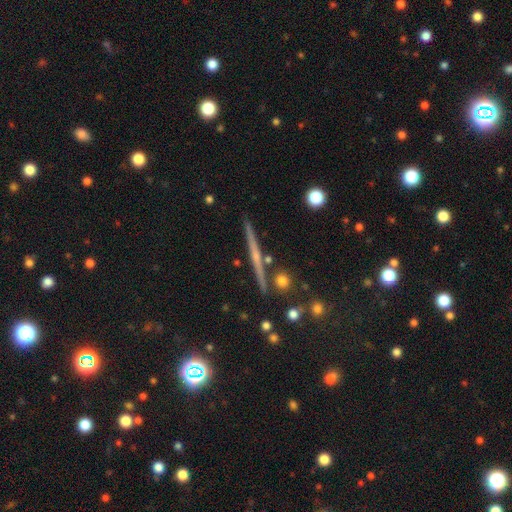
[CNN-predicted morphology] This appears to be a featured or disk galaxy (66%) viewed edge-on (98%) with no central bulge (64%). Merging: none (89%).